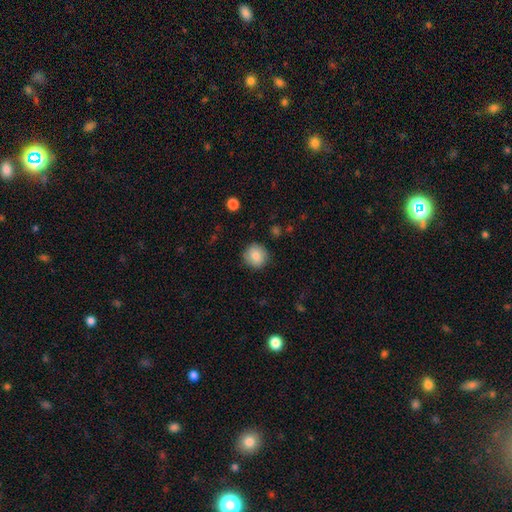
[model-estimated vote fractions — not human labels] This is clearly a smooth galaxy (82%). How rounded: clearly round (91%). Merging: clearly none (86%).